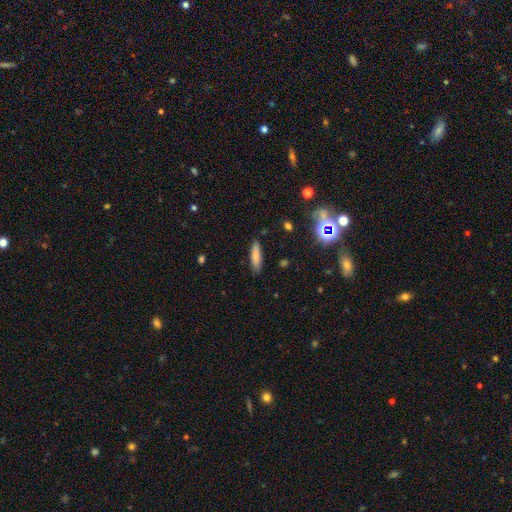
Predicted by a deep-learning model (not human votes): Q: Smooth or featured?
A: smooth (78%); runner-up: featured or disk (13%)
Q: How rounded?
A: cigar-shaped (65%); runner-up: in between (33%)
Q: Merging?
A: none (87%); runner-up: minor disturbance (10%)